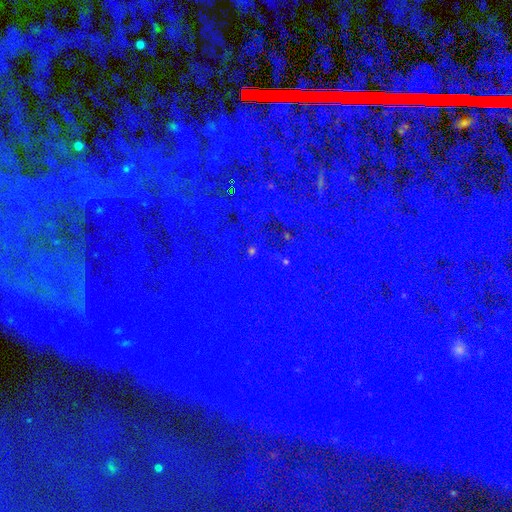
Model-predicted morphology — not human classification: Smooth or featured?
  - star or artifact: 87% *
  - featured or disk: 7%
  - smooth: 6%